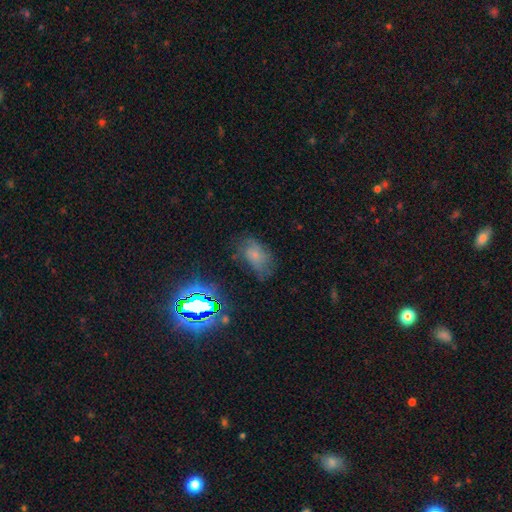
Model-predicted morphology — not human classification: Smooth or featured? Predicted: smooth (p=0.47). Merging? Predicted: none (p=0.51).